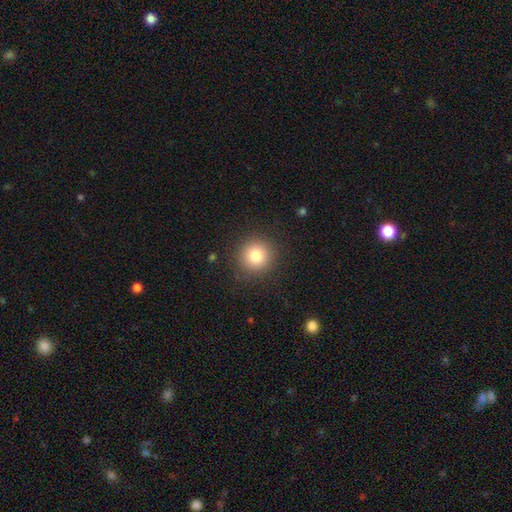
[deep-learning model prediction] This is clearly a smooth galaxy (80%). How rounded: clearly round (95%). Merging: clearly none (90%).